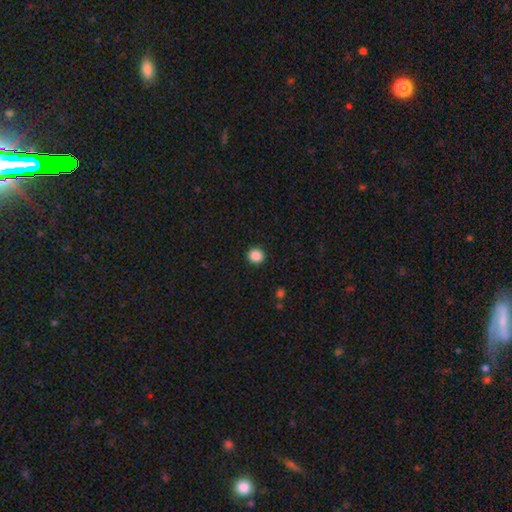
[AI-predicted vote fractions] This is clearly a smooth galaxy (88%). How rounded: clearly round (89%). Merging: clearly none (92%).